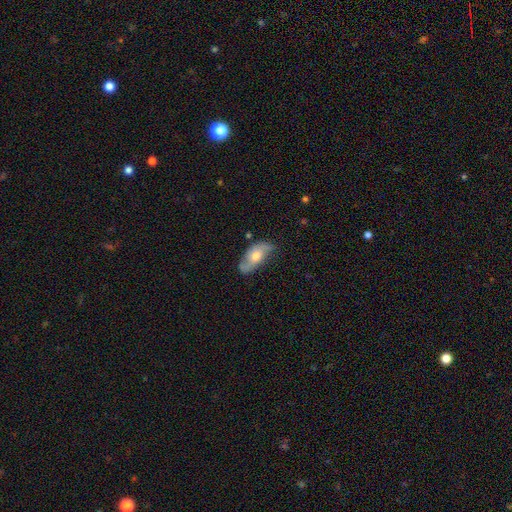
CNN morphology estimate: Smooth or featured?
  - featured or disk: 54% *
  - smooth: 40%
  - star or artifact: 7%
Edge-on disk?
  - no: 85% *
  - yes: 15%
Merging?
  - none: 67% *
  - minor disturbance: 24%
  - major disturbance: 7%
  - merger: 2%